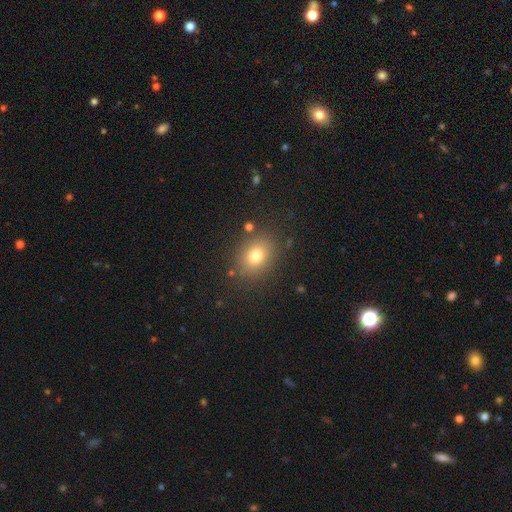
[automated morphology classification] Q: Smooth or featured?
A: smooth (78%); runner-up: star or artifact (13%)
Q: How rounded?
A: in between (55%); runner-up: round (44%)
Q: Merging?
A: none (84%); runner-up: minor disturbance (10%)